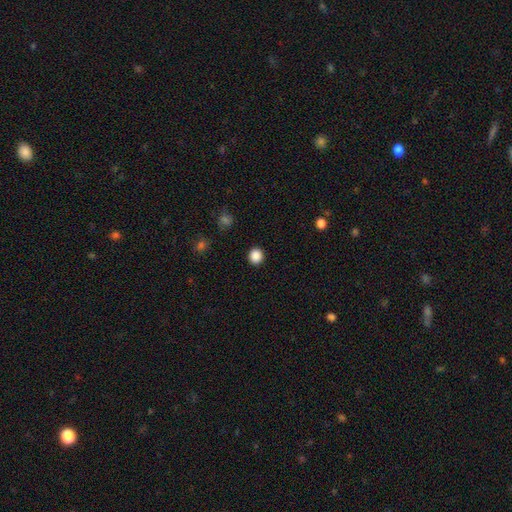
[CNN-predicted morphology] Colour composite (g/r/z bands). It shows a smooth galaxy with no disk features (87%) that is round (85%). Merging: none (92%).